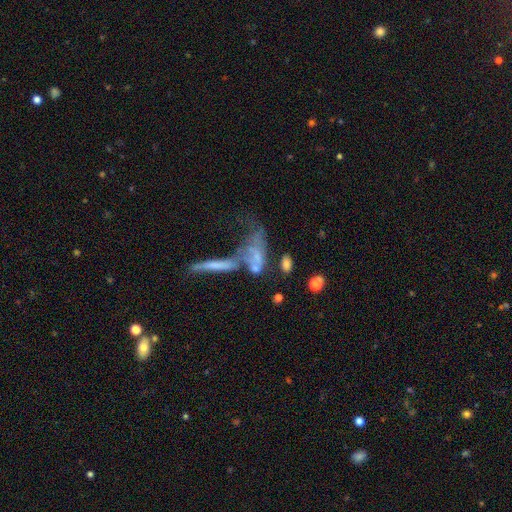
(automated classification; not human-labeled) Morphology: type=smooth (46%); merging=merger (45%).